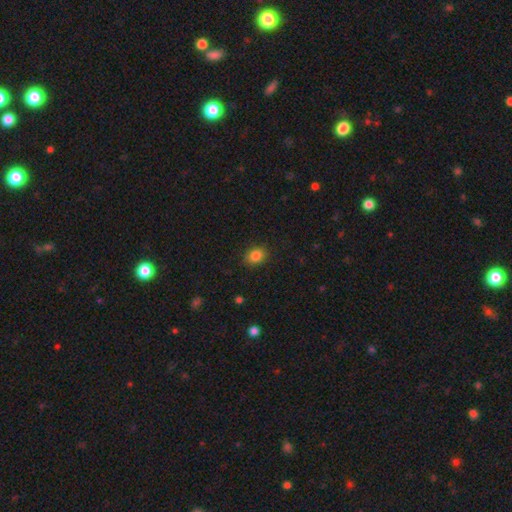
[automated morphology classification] Smooth or featured?
  - smooth: 85% *
  - star or artifact: 10%
  - featured or disk: 5%
How rounded?
  - in between: 54% *
  - round: 45%
  - cigar-shaped: 1%
Merging?
  - none: 87% *
  - minor disturbance: 9%
  - major disturbance: 3%
  - merger: 1%